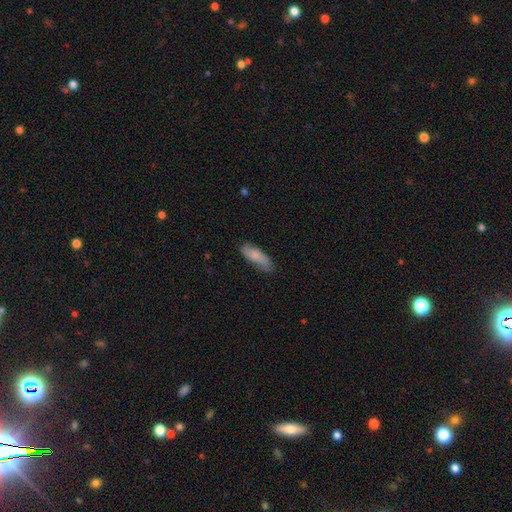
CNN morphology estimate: Smooth or featured?
  - smooth: 77% *
  - featured or disk: 17%
  - star or artifact: 6%
How rounded?
  - in between: 55% *
  - cigar-shaped: 43%
  - round: 2%
Merging?
  - none: 75% *
  - minor disturbance: 20%
  - major disturbance: 4%
  - merger: 2%